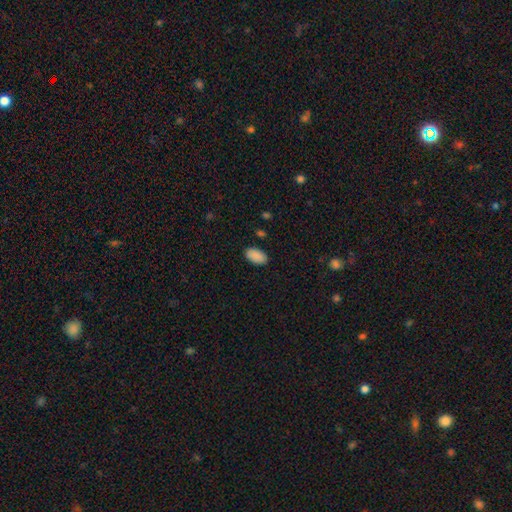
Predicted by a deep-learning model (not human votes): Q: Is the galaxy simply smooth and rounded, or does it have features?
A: smooth — 90%.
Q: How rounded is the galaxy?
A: in between — 95%.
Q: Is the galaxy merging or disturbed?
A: none — 87%.